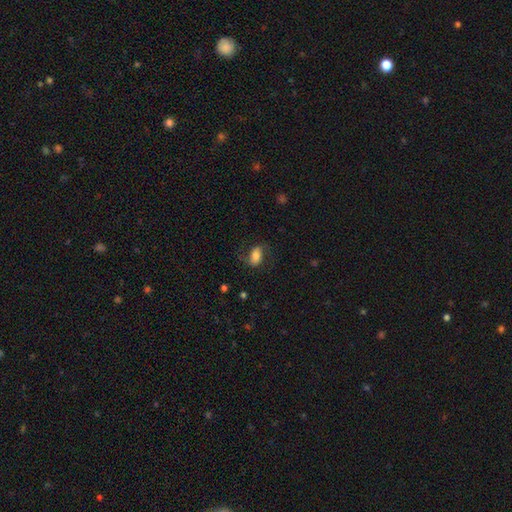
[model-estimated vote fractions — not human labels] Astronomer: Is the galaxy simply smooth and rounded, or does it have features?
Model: smooth — 61%.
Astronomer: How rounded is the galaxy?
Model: in between — 86%.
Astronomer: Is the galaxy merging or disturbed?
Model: none — 66%.